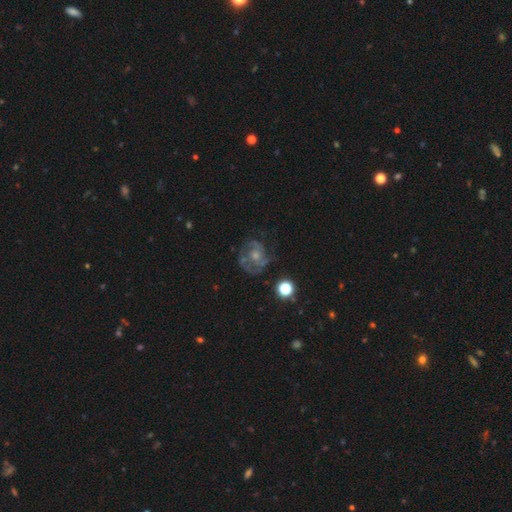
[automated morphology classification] A featured or disk galaxy (79%) with no bar (76%), 2 (42%) tight (48%) spiral arms (90%) and a small central bulge (47%).

Vote fractions:
- Smooth or featured? featured or disk: 79% / smooth: 12% / star or artifact: 9%
- Edge-on disk? no: 98% / yes: 2%
- Bar? no: 76% / weak: 20% / strong: 4%
- Spiral arms? yes: 90% / no: 10%
- Spiral winding? tight: 48% / medium: 41% / loose: 11%
- Spiral arm count? 2: 42% / 3: 23% / can't tell: 21% / 1: 6% / 4: 5% / more than 4: 4%
- Bulge size? small: 47% / moderate: 41% / none: 7% / large: 3% / dominant: 1%
- Merging? none: 63% / minor disturbance: 19% / major disturbance: 15% / merger: 3%